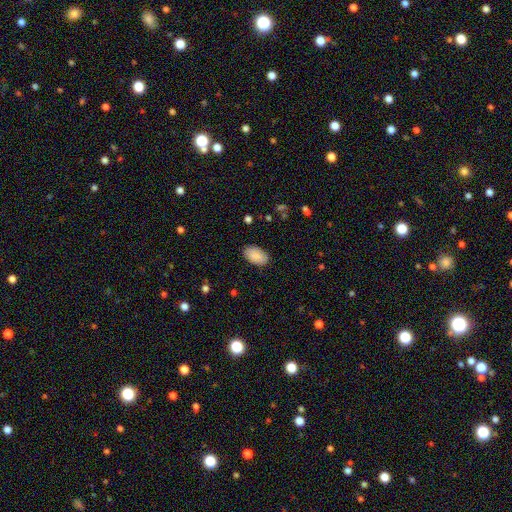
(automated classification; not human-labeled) This appears to be a smooth galaxy with no disk features (88%) that is in between round and cigar-shaped (94%). Merging: none (85%).